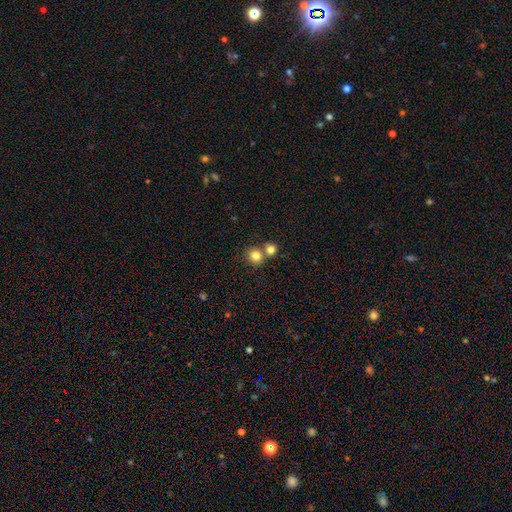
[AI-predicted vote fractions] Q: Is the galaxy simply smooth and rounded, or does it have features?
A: smooth — 81%.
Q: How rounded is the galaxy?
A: round — 88%.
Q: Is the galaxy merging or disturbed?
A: none — 58%.